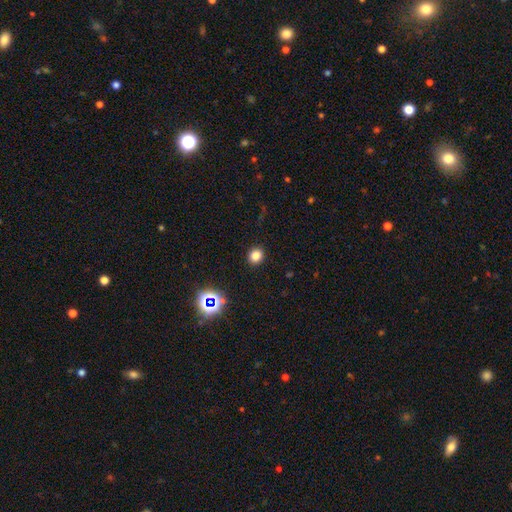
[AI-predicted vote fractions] A smooth galaxy with no disk features (79%) that is round (78%). Merging: none (91%).